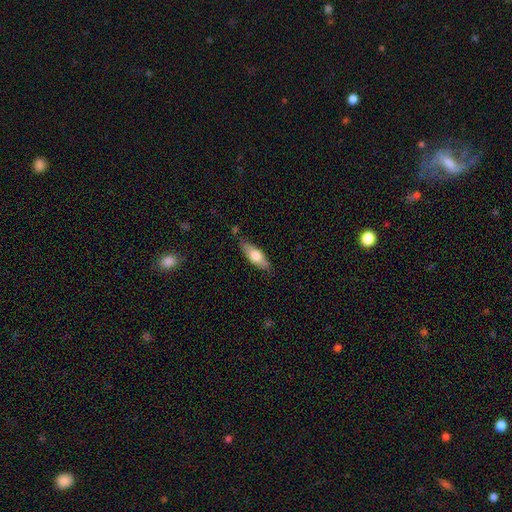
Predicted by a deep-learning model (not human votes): Morphology: type=smooth (63%); roundness=in between (58%); merging=none (79%).